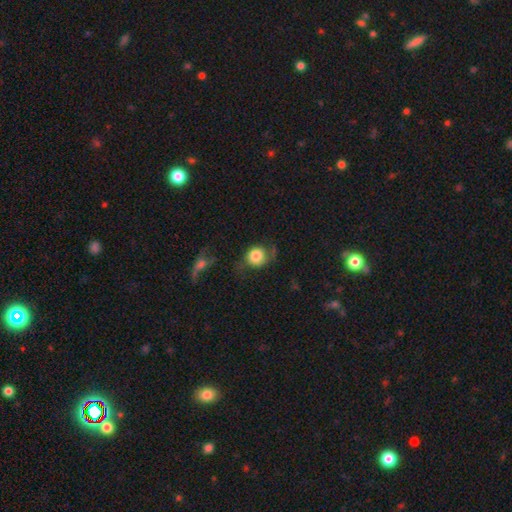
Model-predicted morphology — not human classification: Smooth or featured: smooth — 74% (featured or disk — 17%)
How rounded: round — 77% (in between — 22%)
Merging: none — 45% (minor disturbance — 27%)